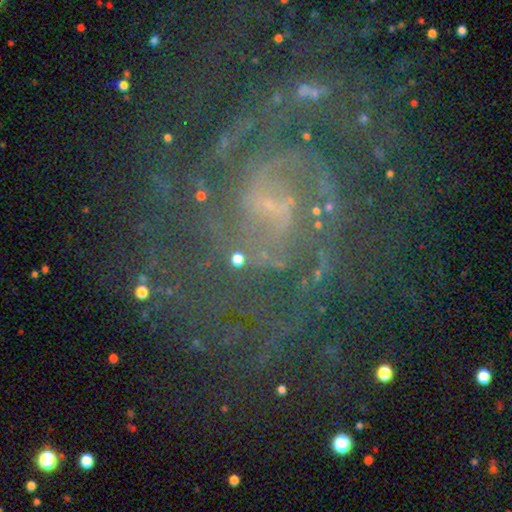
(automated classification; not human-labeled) This appears to be a featured or disk galaxy (77%) with a weak bar (45%), 2 (28%) tight (48%) spiral arms (94%) and a small central bulge (65%). Merging: none (66%).